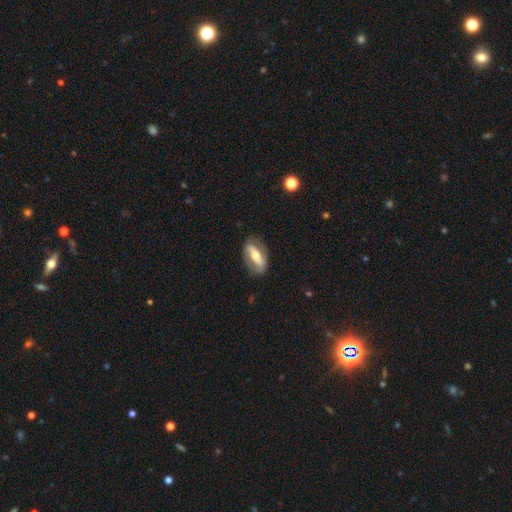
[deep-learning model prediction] A featured or disk galaxy (70%) with a strong bar (63%), spiral arms (63%) and a moderate central bulge (66%).

Vote fractions:
- Smooth or featured? featured or disk: 70% / smooth: 24% / star or artifact: 5%
- Edge-on disk? no: 84% / yes: 16%
- Bar? strong: 63% / weak: 21% / no: 16%
- Spiral arms? yes: 63% / no: 37%
- Bulge size? moderate: 66% / small: 22% / large: 9% / none: 1% / dominant: 1%
- Merging? none: 77% / minor disturbance: 16% / major disturbance: 6% / merger: 1%